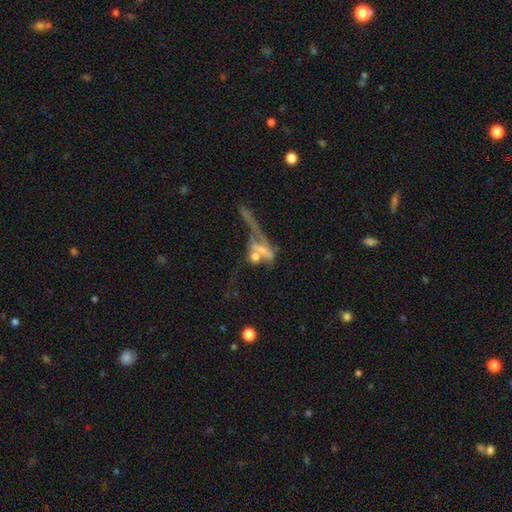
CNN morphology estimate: smooth_or_featured: featured or disk (p=0.49) [alt: smooth p=0.38]
merging: merger (p=0.51) [alt: major disturbance p=0.25]